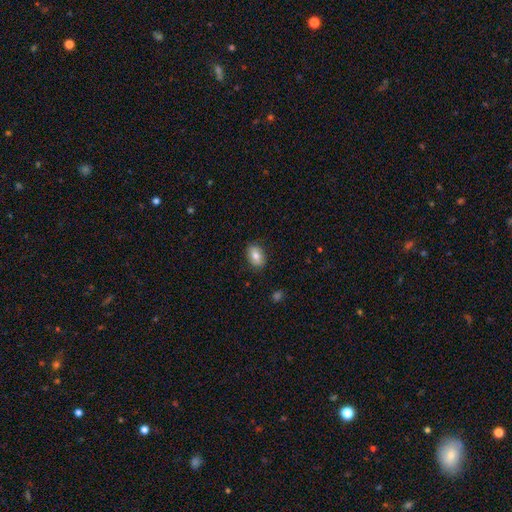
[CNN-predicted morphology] A smooth galaxy with no disk features (80%) that is in between round and cigar-shaped (85%).

Vote fractions:
- Smooth or featured? smooth: 80% / featured or disk: 12% / star or artifact: 8%
- How rounded? in between: 85% / round: 13% / cigar-shaped: 2%
- Merging? none: 86% / minor disturbance: 10% / major disturbance: 2% / merger: 1%